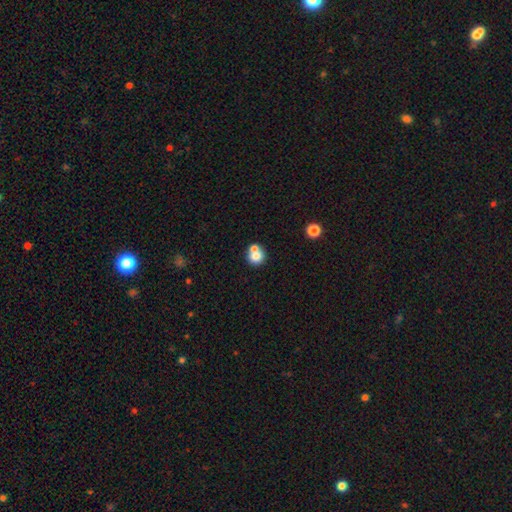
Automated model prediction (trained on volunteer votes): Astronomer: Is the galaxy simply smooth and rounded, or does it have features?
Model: smooth — 75%.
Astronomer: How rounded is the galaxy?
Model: round — 87%.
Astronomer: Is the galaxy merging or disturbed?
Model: none — 46% (runner-up: merger, 44%).